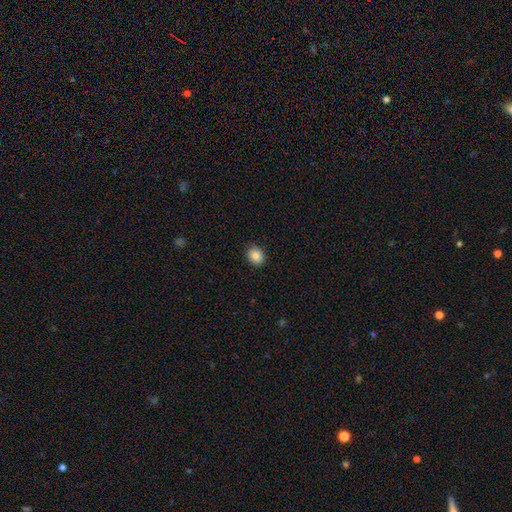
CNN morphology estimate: This appears to be a smooth galaxy with no disk features (85%) that is round (55%). Merging: none (89%).